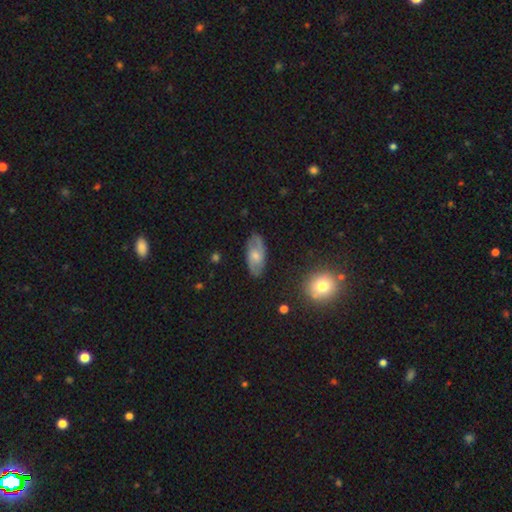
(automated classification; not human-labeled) This is possibly a featured or disk galaxy (52%). It is clearly not viewed edge-on (91%). Merging: likely none (78%).